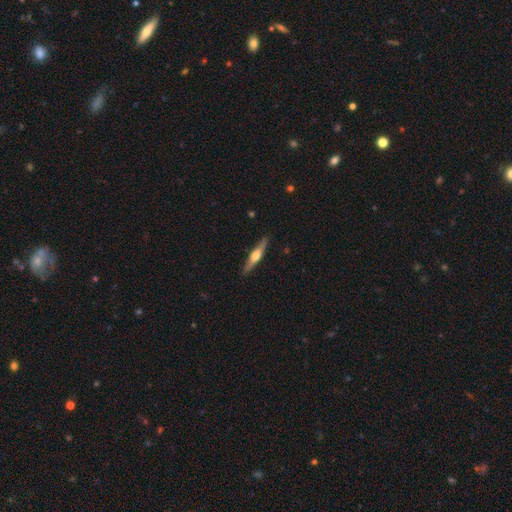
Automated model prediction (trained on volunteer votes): featured or disk 64%, smooth 30%, star or artifact 5%. Down the decision tree: edge-on disk — yes (97%); edge-on bulge — rounded (91%); merging — none (90%).